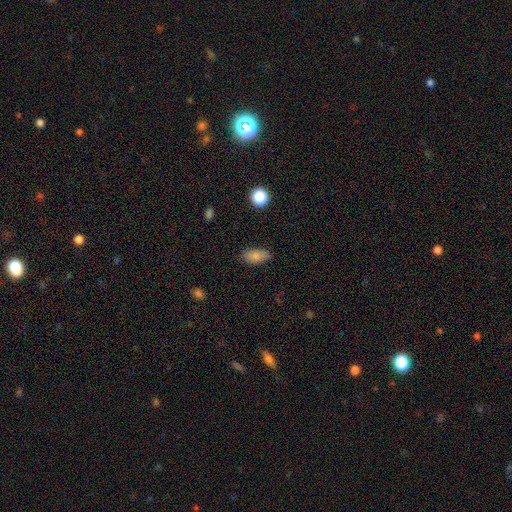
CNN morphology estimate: The model was most divided on "merging": none: 77%, minor disturbance: 18%, major disturbance: 4%, merger: 2%. More confident: how rounded — in between (88%); smooth or featured — smooth (83%).